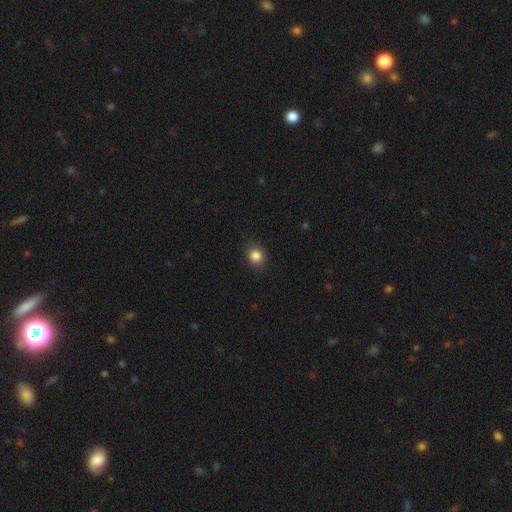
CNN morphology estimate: Smooth or featured: smooth — 85% (star or artifact — 11%)
How rounded: round — 76% (in between — 23%)
Merging: none — 87% (minor disturbance — 10%)